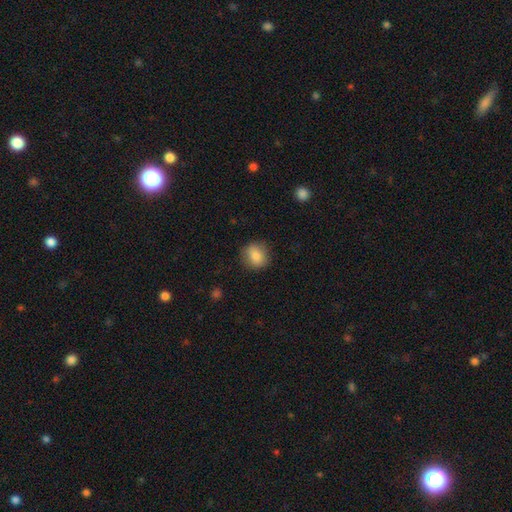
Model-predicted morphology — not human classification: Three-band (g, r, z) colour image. It shows a smooth galaxy with no disk features (84%) that is round (76%). Merging: none (86%).